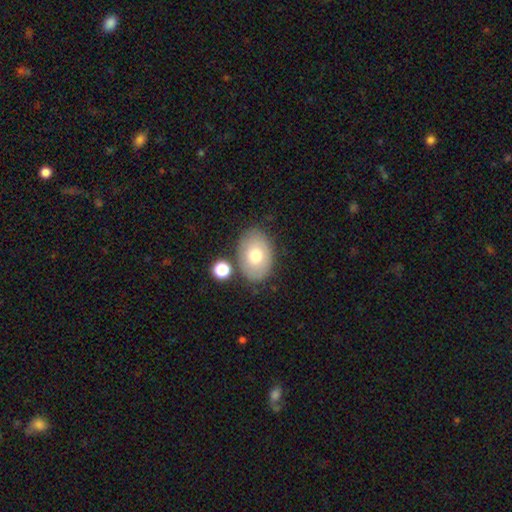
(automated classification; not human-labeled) Smooth or featured?
  - smooth: 71% *
  - featured or disk: 21%
  - star or artifact: 8%
How rounded?
  - in between: 86% *
  - round: 13%
  - cigar-shaped: 1%
Merging?
  - none: 76% *
  - minor disturbance: 14%
  - merger: 6%
  - major disturbance: 4%